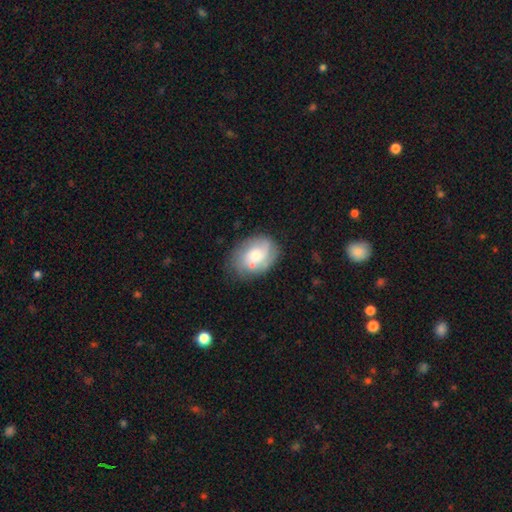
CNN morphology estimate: A featured or disk galaxy (51%).

Vote fractions:
- Smooth or featured? featured or disk: 51% / smooth: 42% / star or artifact: 7%
- Edge-on disk? no: 96% / yes: 4%
- Merging? none: 63% / minor disturbance: 22% / major disturbance: 8% / merger: 6%